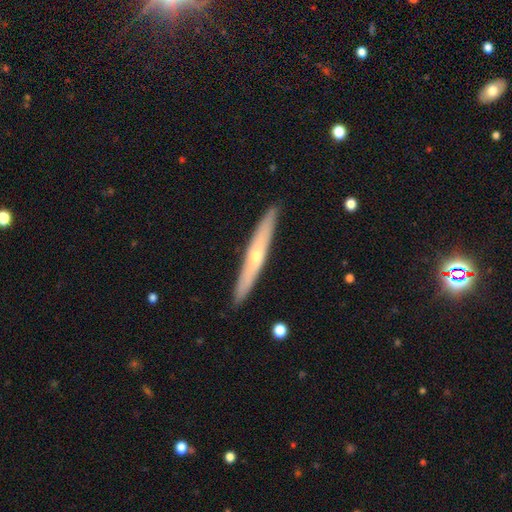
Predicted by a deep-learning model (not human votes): Morphology: type=featured or disk (60%); edge-on=yes (91%); edge-on bulge=rounded (73%); merging=none (91%).